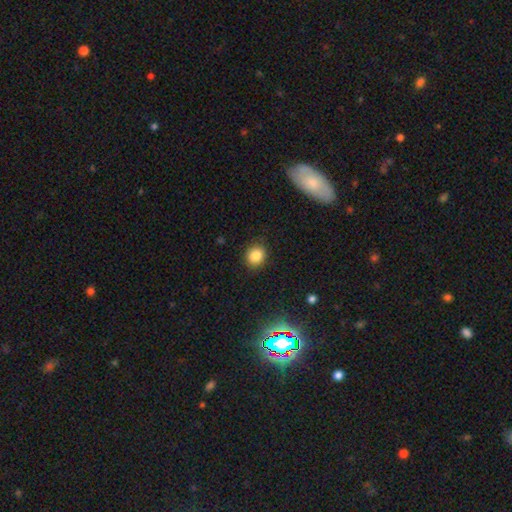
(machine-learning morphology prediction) smooth-or-featured: smooth: 84% | star or artifact: 11% | featured or disk: 6%
  how-rounded: round: 74% | in between: 25% | cigar-shaped: 1%
  merging: none: 87% | minor disturbance: 9% | major disturbance: 2% | merger: 1%